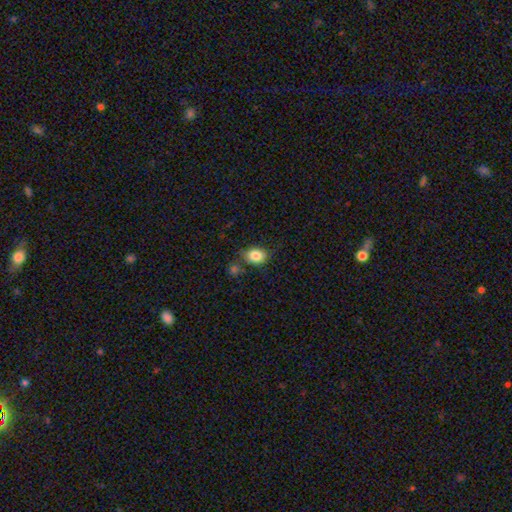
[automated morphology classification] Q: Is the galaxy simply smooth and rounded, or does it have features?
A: smooth — 84%.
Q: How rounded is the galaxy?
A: in between — 57%.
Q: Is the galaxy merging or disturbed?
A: none — 71%.